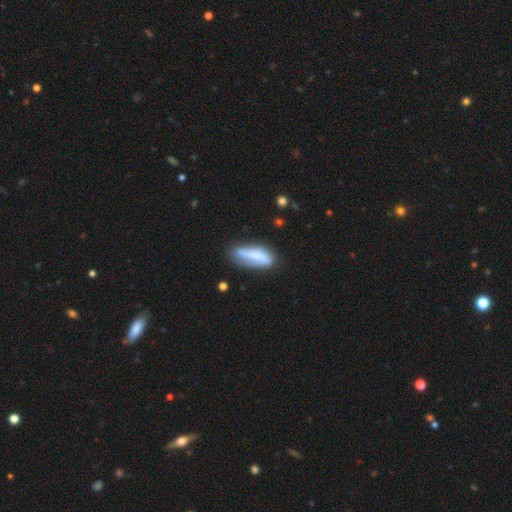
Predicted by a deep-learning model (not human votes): Smooth or featured? smooth (59%)
How rounded? in between (53%)
Merging? none (59%)